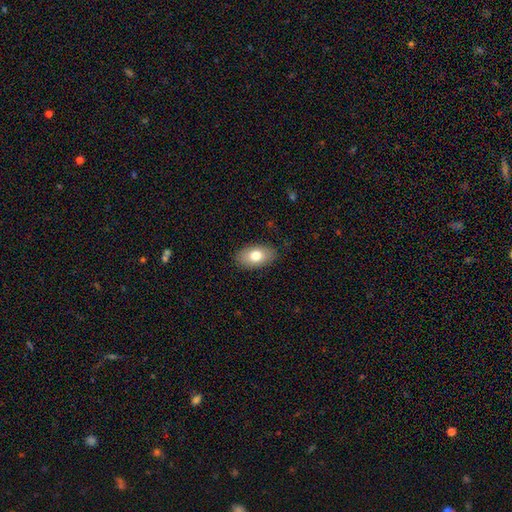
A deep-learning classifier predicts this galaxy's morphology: Smooth or featured: smooth — 76% (featured or disk — 16%)
How rounded: in between — 92% (round — 6%)
Merging: none — 86% (minor disturbance — 11%)